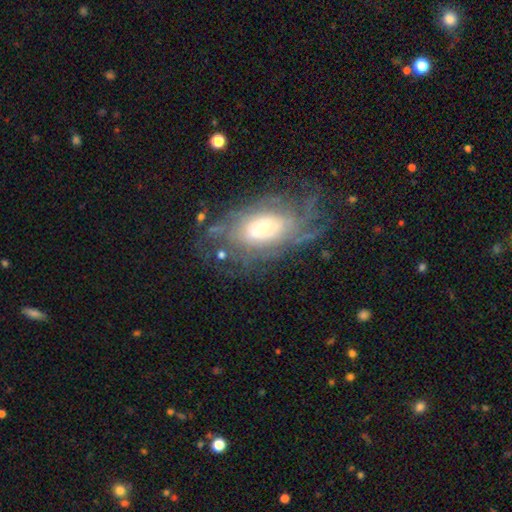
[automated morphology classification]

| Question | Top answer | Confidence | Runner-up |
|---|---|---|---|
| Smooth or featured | featured or disk | 71% | smooth (18%) |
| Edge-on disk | no | 93% | yes (7%) |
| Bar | no | 68% | weak (26%) |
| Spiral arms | yes | 84% | no (16%) |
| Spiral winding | tight | 56% | medium (30%) |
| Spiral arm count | can't tell | 55% | 2 (11%) |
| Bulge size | moderate | 40% | large (35%) |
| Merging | none | 69% | minor disturbance (18%) |